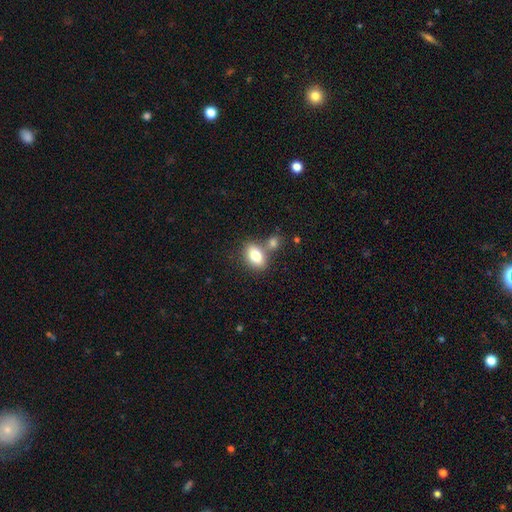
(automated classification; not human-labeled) Smooth or featured?
  - smooth: 80% *
  - featured or disk: 12%
  - star or artifact: 8%
How rounded?
  - in between: 83% *
  - round: 15%
  - cigar-shaped: 2%
Merging?
  - none: 54% *
  - merger: 30%
  - minor disturbance: 12%
  - major disturbance: 4%